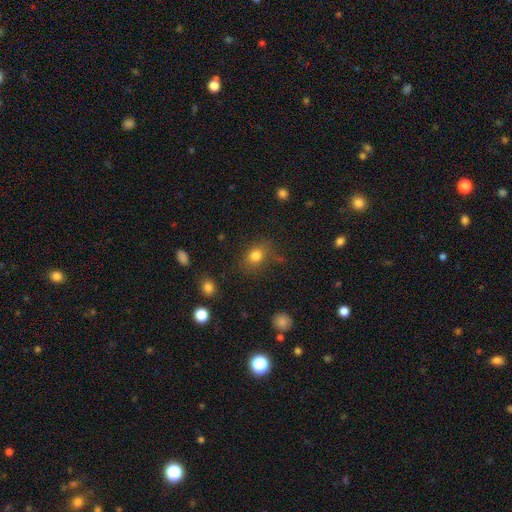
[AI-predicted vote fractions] smooth_or_featured: smooth (p=0.80) [alt: star or artifact p=0.12]
how_rounded: in between (p=0.53) [alt: round p=0.46]
merging: none (p=0.76) [alt: minor disturbance p=0.16]